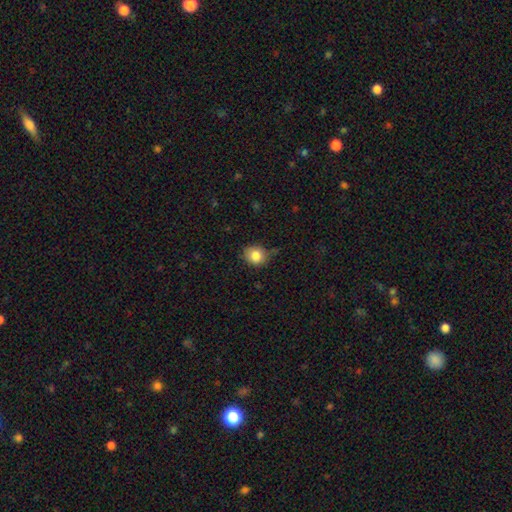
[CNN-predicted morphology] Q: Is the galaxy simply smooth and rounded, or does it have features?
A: smooth — 82%.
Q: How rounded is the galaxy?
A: round — 77%.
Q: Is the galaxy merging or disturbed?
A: none — 75%.